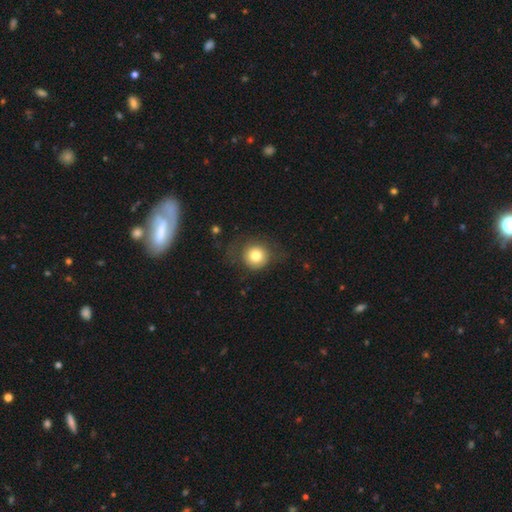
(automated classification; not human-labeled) This appears to be a smooth galaxy with no disk features (78%) that is round (90%). Merging: none (70%).